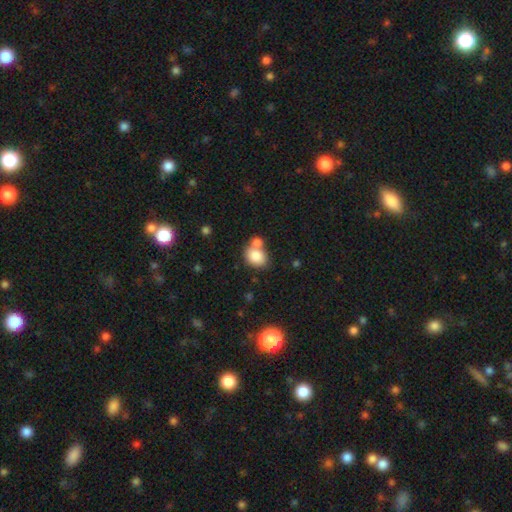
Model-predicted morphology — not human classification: A smooth galaxy with no disk features (81%) that is in between round and cigar-shaped (50%).

Vote fractions:
- Smooth or featured? smooth: 81% / featured or disk: 10% / star or artifact: 9%
- How rounded? in between: 50% / round: 49% / cigar-shaped: 1%
- Merging? none: 45% / merger: 40% / minor disturbance: 11% / major disturbance: 4%